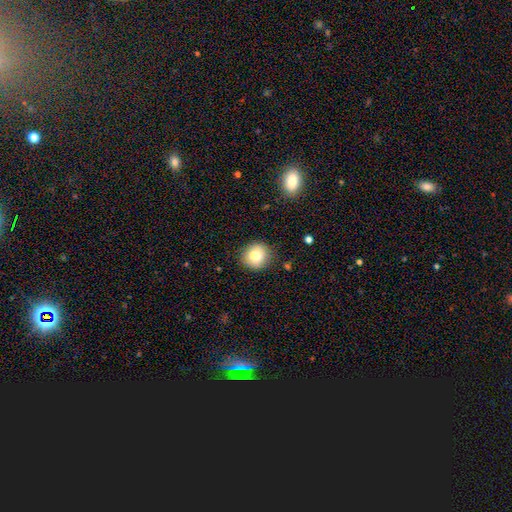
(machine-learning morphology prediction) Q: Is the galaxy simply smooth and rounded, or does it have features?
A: smooth — 81%.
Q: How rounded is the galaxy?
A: round — 82%.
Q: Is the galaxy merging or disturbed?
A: none — 83%.